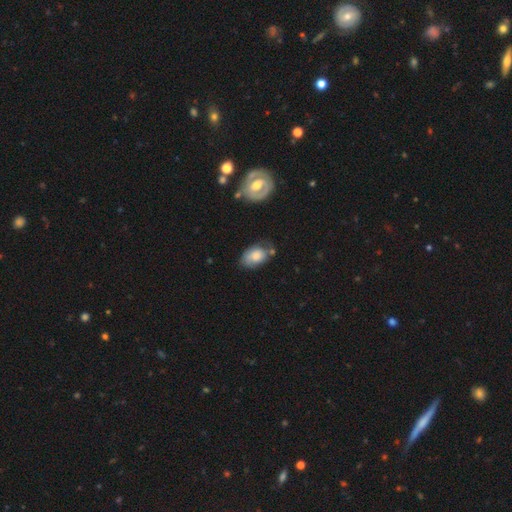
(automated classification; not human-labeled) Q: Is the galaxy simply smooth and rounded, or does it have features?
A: smooth — 71%.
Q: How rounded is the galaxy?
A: in between — 86%.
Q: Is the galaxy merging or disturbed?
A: none — 52%.